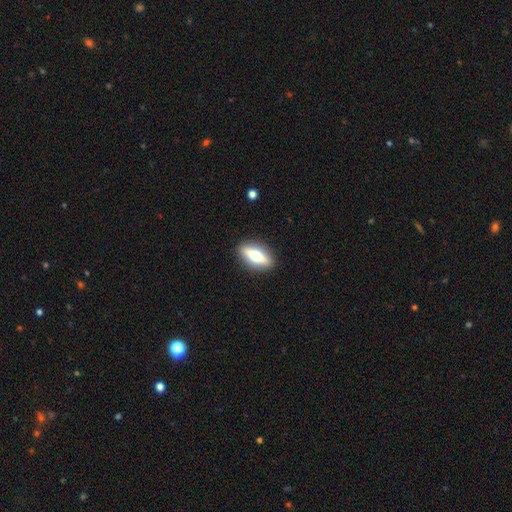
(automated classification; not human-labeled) The model was most divided on "smooth or featured": featured or disk: 54%, smooth: 39%, star or artifact: 7%. More confident: merging — none (90%); edge-on disk — yes (84%).